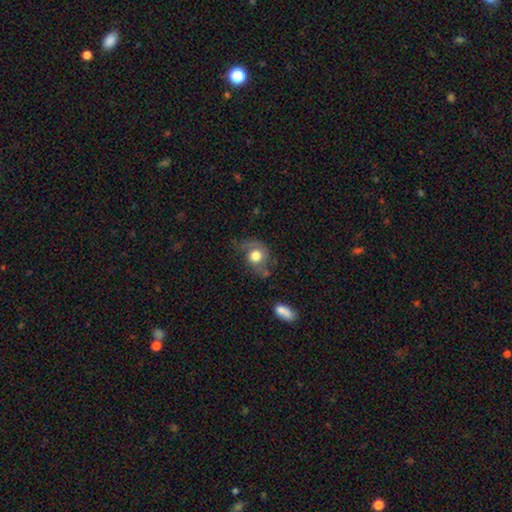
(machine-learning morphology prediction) Smooth or featured? Predicted: smooth (p=0.56). How rounded? Predicted: round (p=0.65). Merging? Predicted: none (p=0.48).